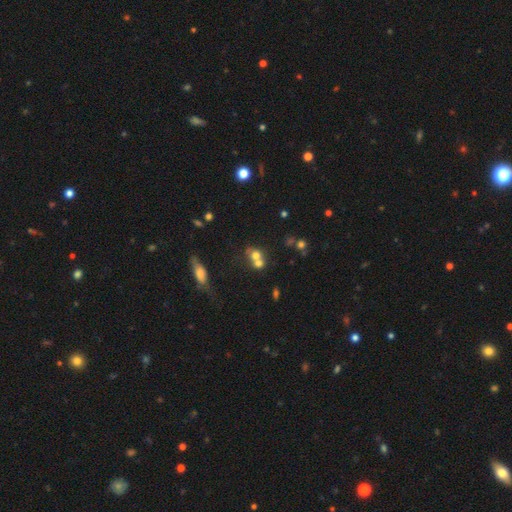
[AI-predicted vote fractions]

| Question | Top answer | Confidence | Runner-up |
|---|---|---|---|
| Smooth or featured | smooth | 65% | featured or disk (19%) |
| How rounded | round | 74% | in between (24%) |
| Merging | merger | 58% | none (31%) |